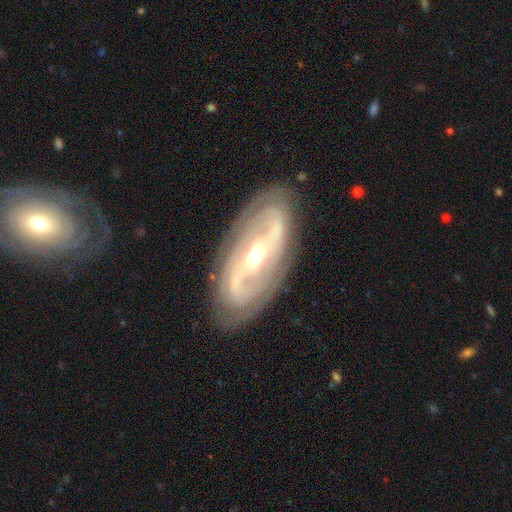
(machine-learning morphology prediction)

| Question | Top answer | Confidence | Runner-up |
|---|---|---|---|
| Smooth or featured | featured or disk | 85% | smooth (10%) |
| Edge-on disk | no | 92% | yes (8%) |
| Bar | strong | 42% | weak (33%) |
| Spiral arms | yes | 87% | no (13%) |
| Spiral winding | tight | 53% | medium (34%) |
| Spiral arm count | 2 | 66% | can't tell (20%) |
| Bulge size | moderate | 58% | small (36%) |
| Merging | none | 83% | minor disturbance (12%) |